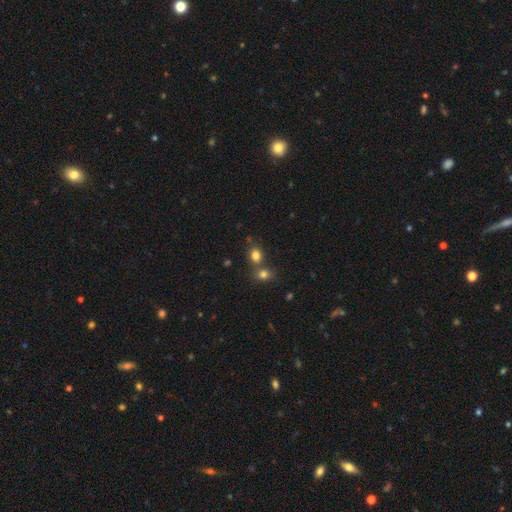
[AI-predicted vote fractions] This is clearly a smooth galaxy (80%). How rounded: possibly round (55%). Merging: possibly none (54%).